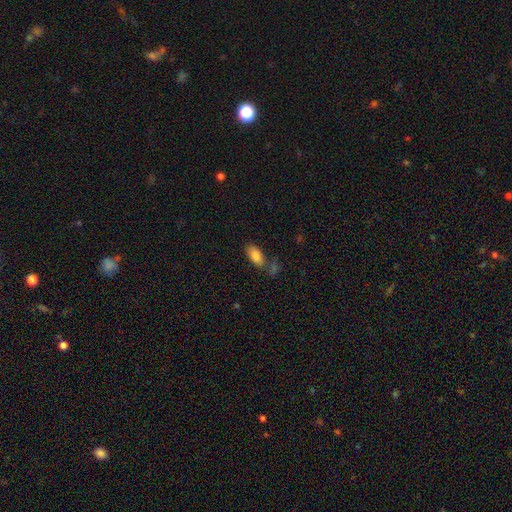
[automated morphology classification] Smooth or featured? smooth (83%)
How rounded? in between (89%)
Merging? none (64%)